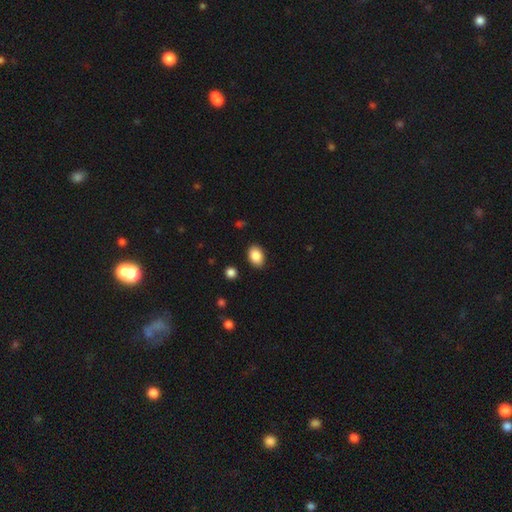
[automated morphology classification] smooth-or-featured: smooth: 88% | star or artifact: 8% | featured or disk: 5%
  how-rounded: in between: 81% | round: 18% | cigar-shaped: 1%
  merging: none: 88% | minor disturbance: 8% | major disturbance: 2% | merger: 1%